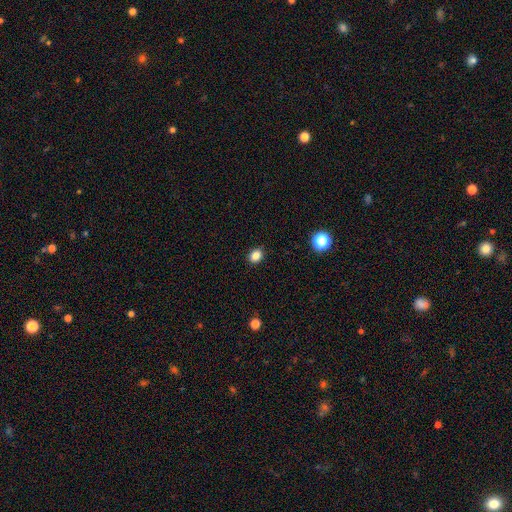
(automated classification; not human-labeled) Smooth or featured?
  - smooth: 85% *
  - star or artifact: 11%
  - featured or disk: 4%
How rounded?
  - in between: 52% *
  - round: 47%
  - cigar-shaped: 1%
Merging?
  - none: 90% *
  - minor disturbance: 7%
  - major disturbance: 2%
  - merger: 1%